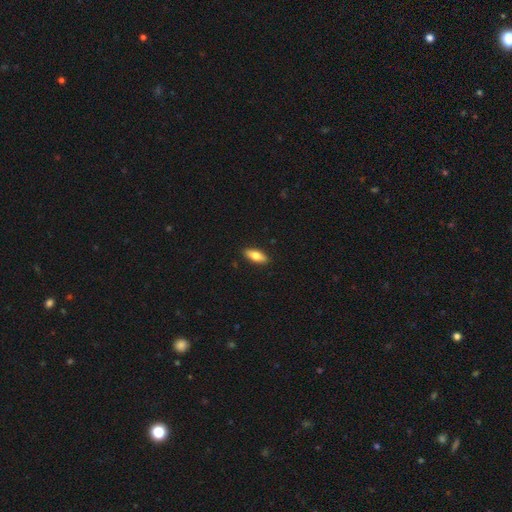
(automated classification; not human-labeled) smooth 75%, featured or disk 19%, star or artifact 6%. Down the decision tree: how rounded — in between (74%); merging — none (90%).